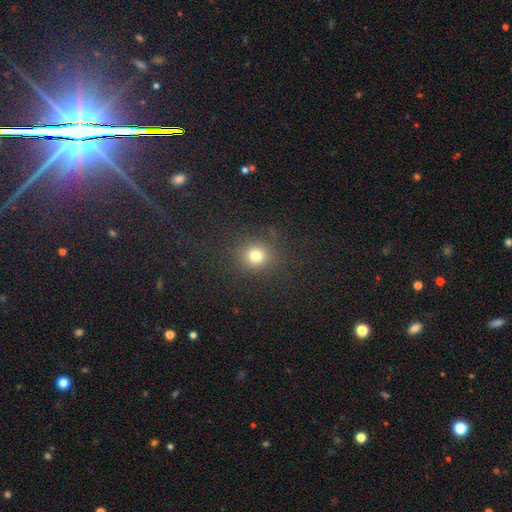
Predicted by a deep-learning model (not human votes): Smooth or featured? smooth (76%)
How rounded? round (84%)
Merging? none (87%)